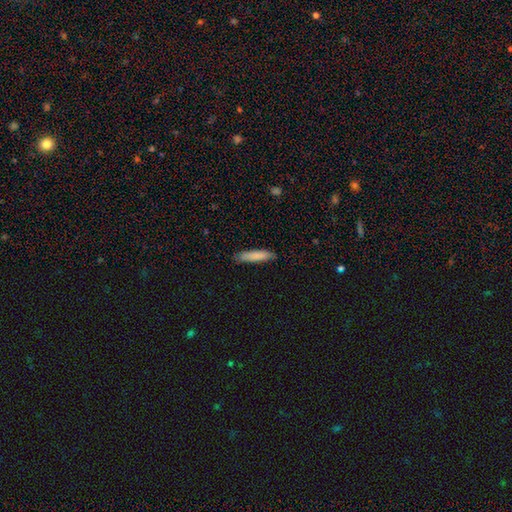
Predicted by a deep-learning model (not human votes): smooth_or_featured: smooth (p=0.82) [alt: featured or disk p=0.12]
how_rounded: cigar-shaped (p=0.85) [alt: in between p=0.14]
merging: none (p=0.85) [alt: minor disturbance p=0.12]